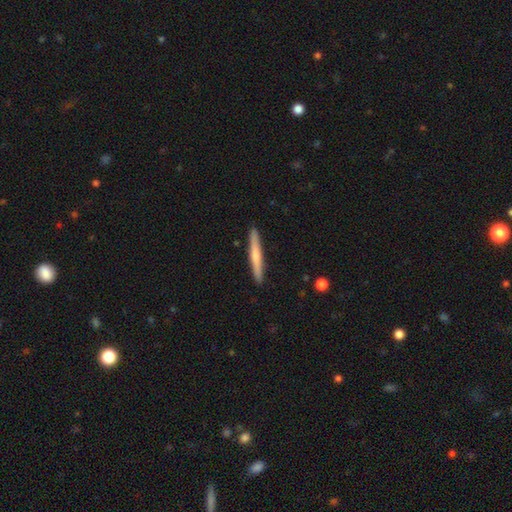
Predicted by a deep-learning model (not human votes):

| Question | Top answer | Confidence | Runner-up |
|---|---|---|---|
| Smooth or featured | smooth | 55% | featured or disk (40%) |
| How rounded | cigar-shaped | 96% | in between (3%) |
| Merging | none | 92% | minor disturbance (6%) |